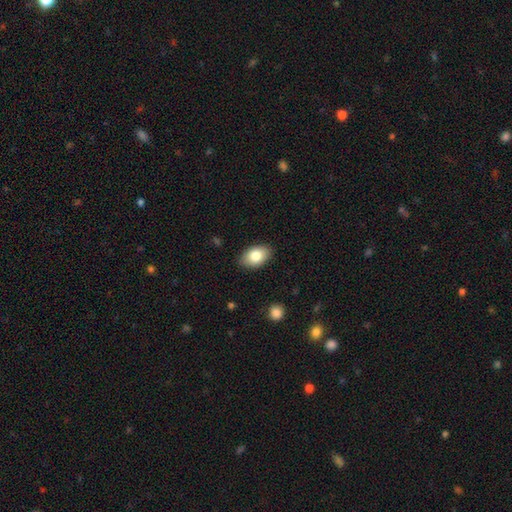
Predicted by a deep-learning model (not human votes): Smooth or featured?
  - smooth: 82% *
  - featured or disk: 11%
  - star or artifact: 7%
How rounded?
  - in between: 90% *
  - round: 9%
  - cigar-shaped: 1%
Merging?
  - none: 87% *
  - minor disturbance: 10%
  - major disturbance: 2%
  - merger: 1%